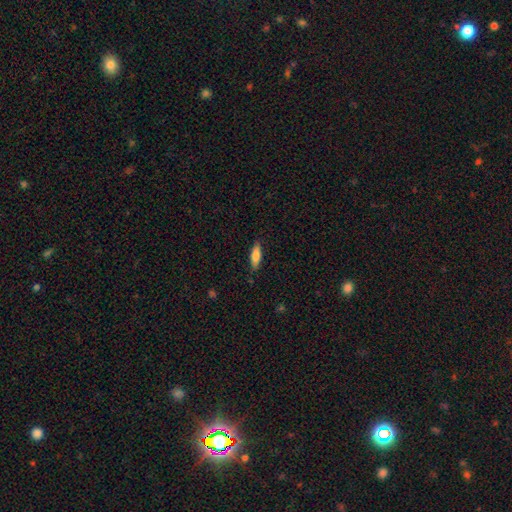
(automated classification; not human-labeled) A smooth galaxy with no disk features (76%) that is cigar-shaped (50%). Merging: none (84%).